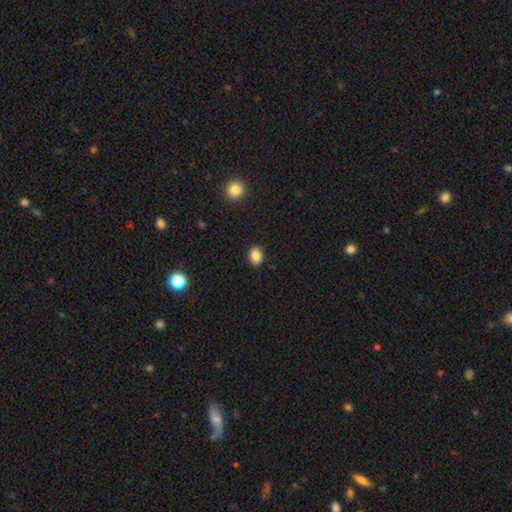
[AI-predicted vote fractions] Smooth or featured: smooth — 86% (star or artifact — 10%)
How rounded: in between — 66% (round — 33%)
Merging: none — 88% (minor disturbance — 8%)